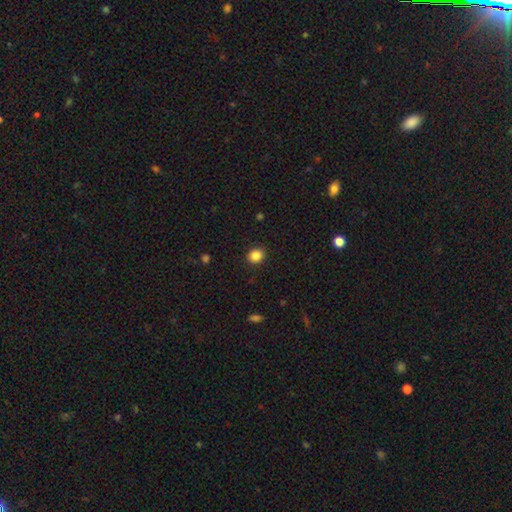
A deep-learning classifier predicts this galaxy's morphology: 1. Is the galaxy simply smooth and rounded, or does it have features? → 86% smooth, 10% star or artifact, 3% featured or disk.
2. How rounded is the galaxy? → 77% round, 22% in between, 1% cigar-shaped.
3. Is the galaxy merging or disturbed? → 89% none, 7% minor disturbance, 2% major disturbance, 1% merger.